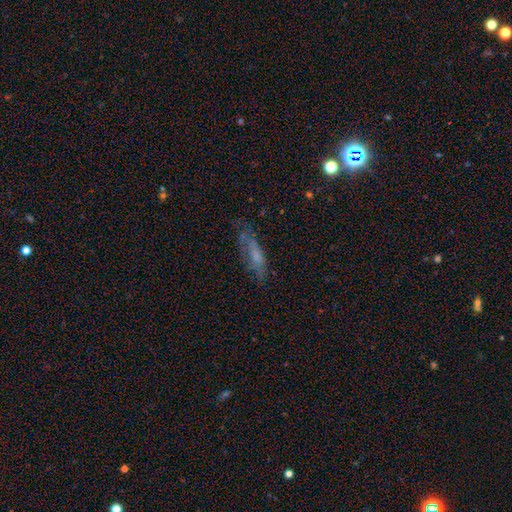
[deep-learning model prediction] Smooth or featured?
  - smooth: 56% *
  - featured or disk: 33%
  - star or artifact: 11%
How rounded?
  - cigar-shaped: 54% *
  - in between: 44%
  - round: 2%
Merging?
  - none: 54% *
  - minor disturbance: 27%
  - major disturbance: 16%
  - merger: 3%